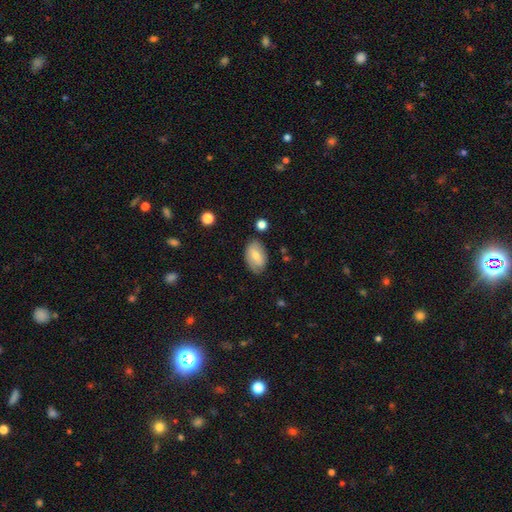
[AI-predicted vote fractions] This is likely a smooth galaxy (65%). How rounded: clearly in between (90%). Merging: likely none (76%).